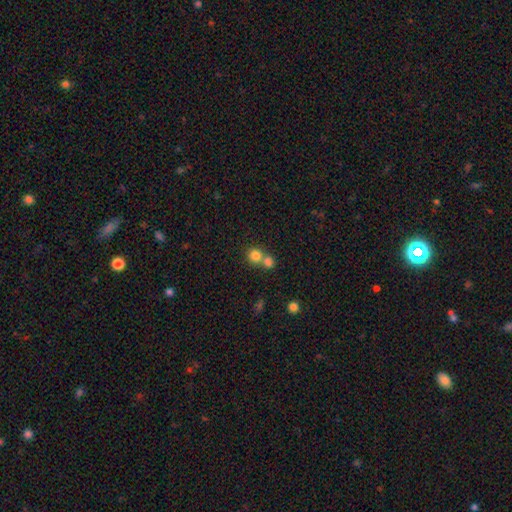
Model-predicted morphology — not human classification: A smooth galaxy with no disk features (81%) that is round (88%).

Vote fractions:
- Smooth or featured? smooth: 81% / star or artifact: 12% / featured or disk: 8%
- How rounded? round: 88% / in between: 11% / cigar-shaped: 1%
- Merging? merger: 47% / none: 45% / minor disturbance: 5% / major disturbance: 2%